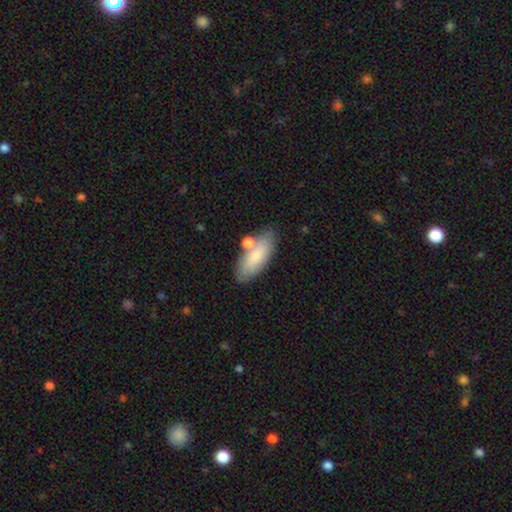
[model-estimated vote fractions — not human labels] A smooth galaxy with no disk features (78%) that is in between round and cigar-shaped (75%). Merging: none (68%).